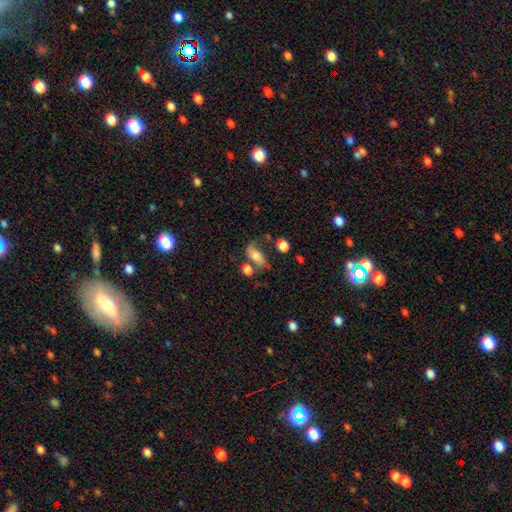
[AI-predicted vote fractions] Morphology: type=smooth (62%); roundness=in between (81%); merging=none (40%).